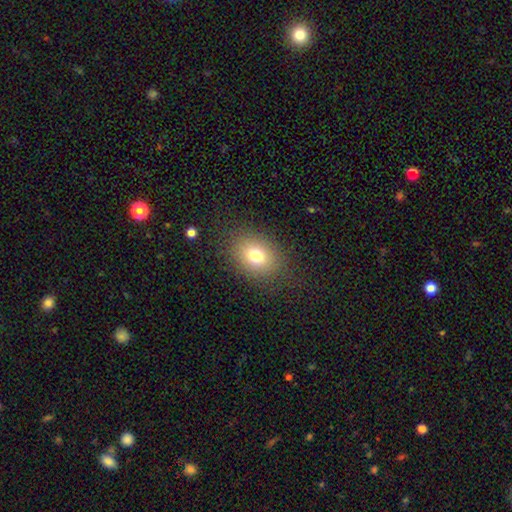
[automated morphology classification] The model was most divided on "how rounded": in between: 62%, round: 37%, cigar-shaped: 1%. More confident: merging — none (82%); smooth or featured — smooth (75%).